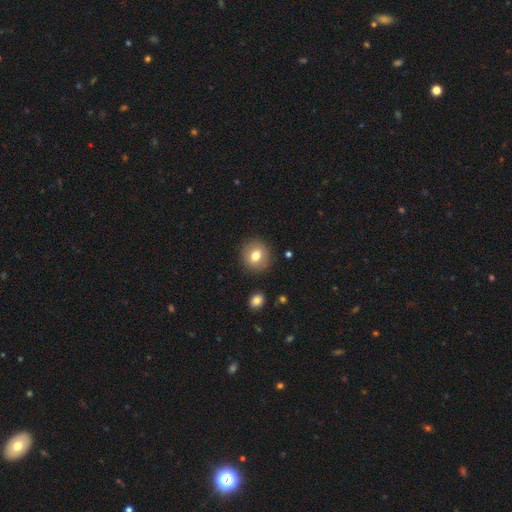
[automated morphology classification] Smooth or featured?
  - smooth: 76% *
  - featured or disk: 15%
  - star or artifact: 10%
How rounded?
  - round: 82% *
  - in between: 17%
  - cigar-shaped: 1%
Merging?
  - none: 88% *
  - minor disturbance: 8%
  - major disturbance: 3%
  - merger: 2%